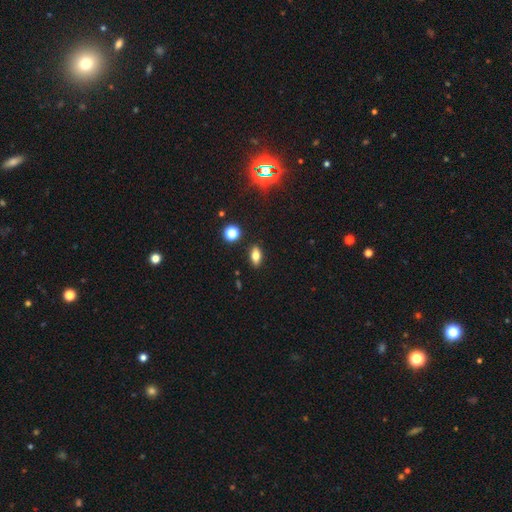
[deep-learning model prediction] A smooth galaxy with no disk features (71%) that is in between round and cigar-shaped (82%).

Vote fractions:
- Smooth or featured? smooth: 71% / featured or disk: 18% / star or artifact: 12%
- How rounded? in between: 82% / cigar-shaped: 10% / round: 8%
- Merging? none: 88% / minor disturbance: 8% / merger: 2% / major disturbance: 2%